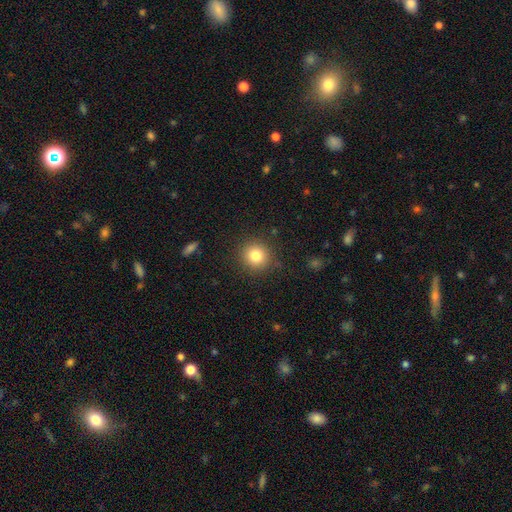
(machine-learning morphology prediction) Smooth or featured?
  - smooth: 81% *
  - star or artifact: 11%
  - featured or disk: 8%
How rounded?
  - round: 92% *
  - in between: 7%
  - cigar-shaped: 1%
Merging?
  - none: 88% *
  - minor disturbance: 8%
  - major disturbance: 3%
  - merger: 1%